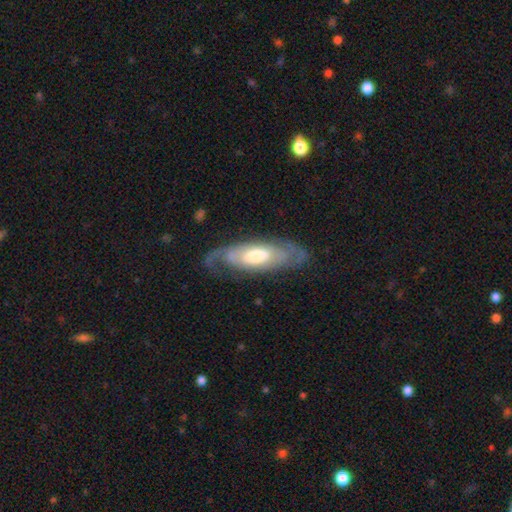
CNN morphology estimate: This is likely a featured or disk galaxy (72%). It is clearly not viewed edge-on (81%). Bar: likely no (62%). Spiral arm pattern: clearly yes (81%). Central bulge: possibly moderate (53%). Merging: likely none (67%).